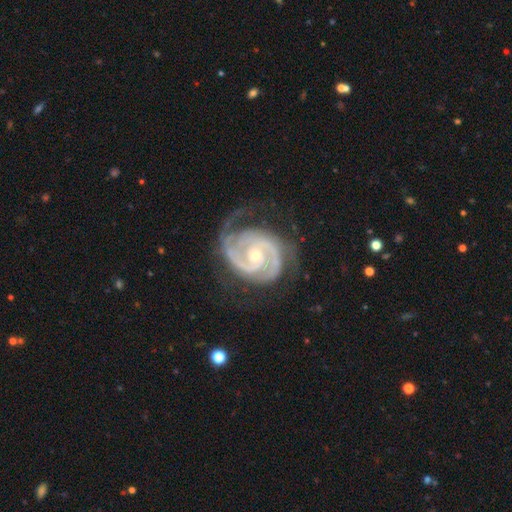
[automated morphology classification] Smooth or featured? featured or disk (93%)
Edge-on disk? no (98%)
Bar? no (58%)
Spiral arms? yes (99%)
Spiral winding? tight (55%)
Spiral arm count? 2 (75%)
Bulge size? small (62%)
Merging? none (61%)